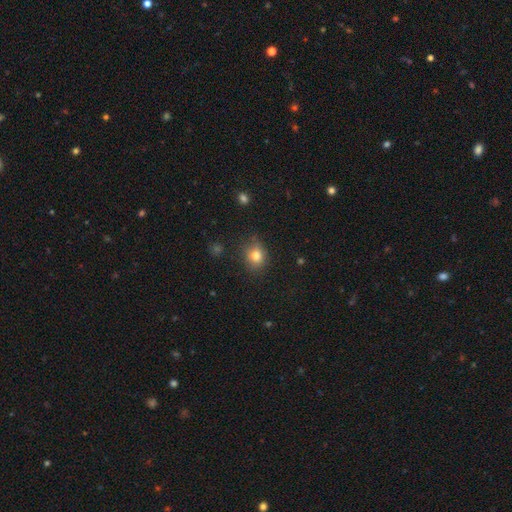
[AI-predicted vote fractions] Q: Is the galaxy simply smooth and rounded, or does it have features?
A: smooth — 80%.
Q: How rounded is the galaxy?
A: round — 64%.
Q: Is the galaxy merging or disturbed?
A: none — 78%.